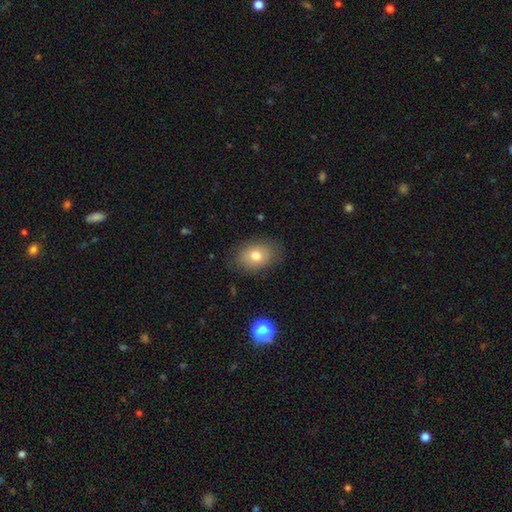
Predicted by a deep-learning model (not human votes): Morphology: type=smooth (75%); roundness=in between (74%); merging=none (83%).